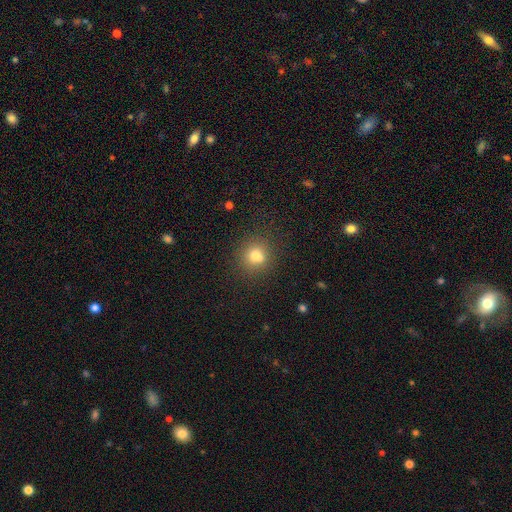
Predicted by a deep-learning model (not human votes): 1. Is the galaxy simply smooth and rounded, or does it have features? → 73% smooth, 15% star or artifact, 12% featured or disk.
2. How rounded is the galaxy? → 86% round, 13% in between, 1% cigar-shaped.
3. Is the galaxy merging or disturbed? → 65% none, 20% merger, 11% minor disturbance, 4% major disturbance.